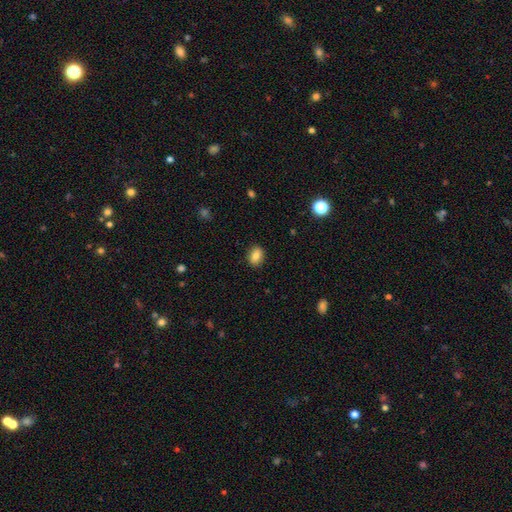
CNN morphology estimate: A smooth galaxy with no disk features (83%) that is in between round and cigar-shaped (69%). Merging: none (88%).